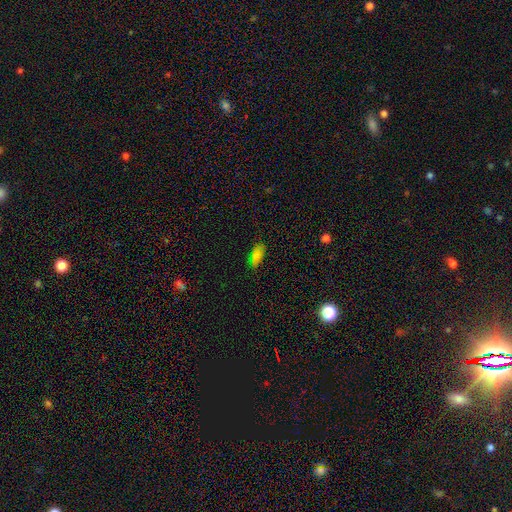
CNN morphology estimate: type=smooth (77%); roundness=in between (86%); merging=none (72%).